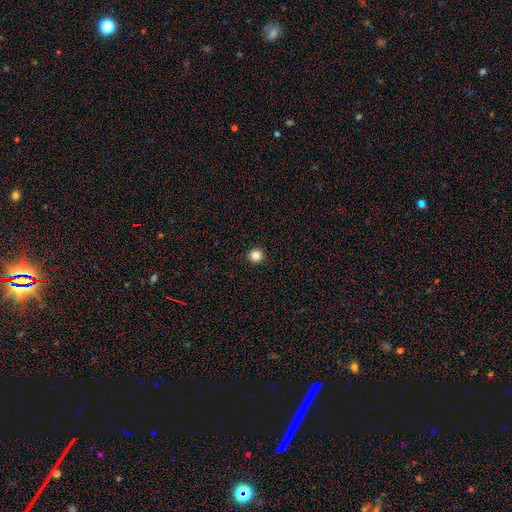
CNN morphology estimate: Smooth or featured?
  - smooth: 84% *
  - star or artifact: 12%
  - featured or disk: 5%
How rounded?
  - round: 95% *
  - in between: 4%
  - cigar-shaped: 1%
Merging?
  - none: 94% *
  - minor disturbance: 4%
  - major disturbance: 1%
  - merger: 1%